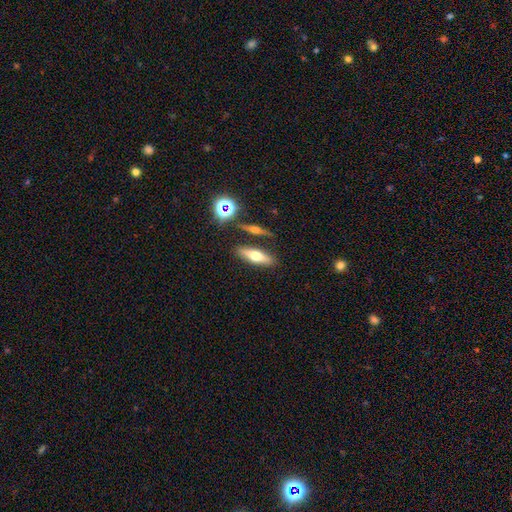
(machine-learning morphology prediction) This is possibly a smooth galaxy (52%). How rounded: possibly cigar-shaped (54%). Merging: clearly none (81%).